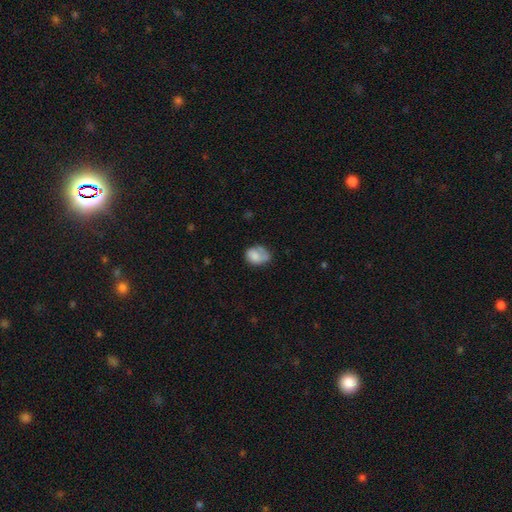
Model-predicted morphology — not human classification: Q: Smooth or featured?
A: smooth (71%); runner-up: featured or disk (21%)
Q: How rounded?
A: in between (69%); runner-up: round (30%)
Q: Merging?
A: none (41%); runner-up: minor disturbance (33%)